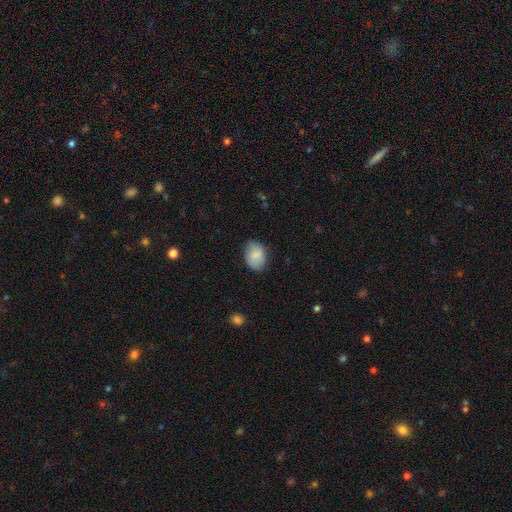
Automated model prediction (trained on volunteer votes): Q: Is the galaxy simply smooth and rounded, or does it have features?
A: smooth — 81%.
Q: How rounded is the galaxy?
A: in between — 71%.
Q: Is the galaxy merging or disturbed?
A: none — 74%.